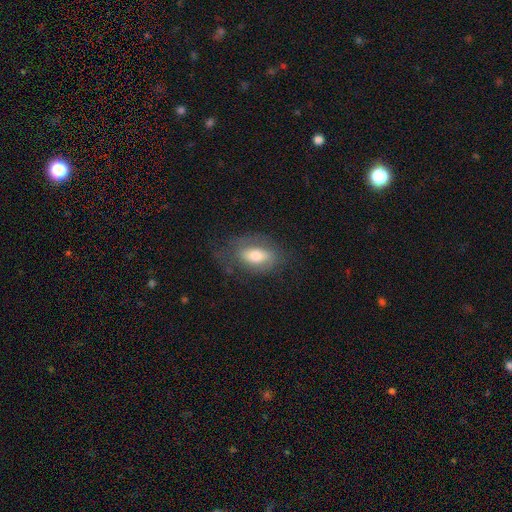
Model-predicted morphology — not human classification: type=smooth (60%); roundness=in between (87%); merging=none (61%).